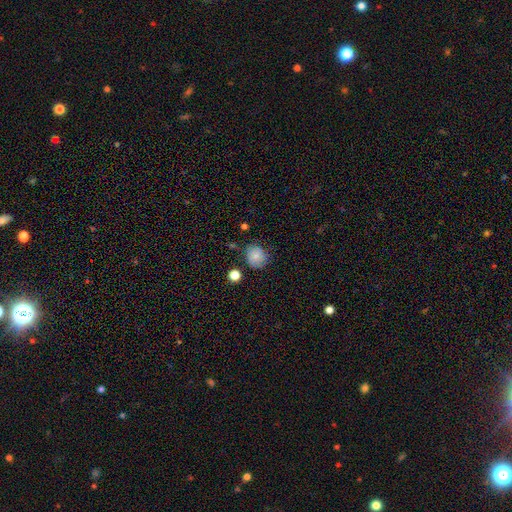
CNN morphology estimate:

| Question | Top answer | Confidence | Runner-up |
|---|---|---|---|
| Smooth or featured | smooth | 77% | featured or disk (13%) |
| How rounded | round | 82% | in between (17%) |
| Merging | none | 71% | minor disturbance (21%) |